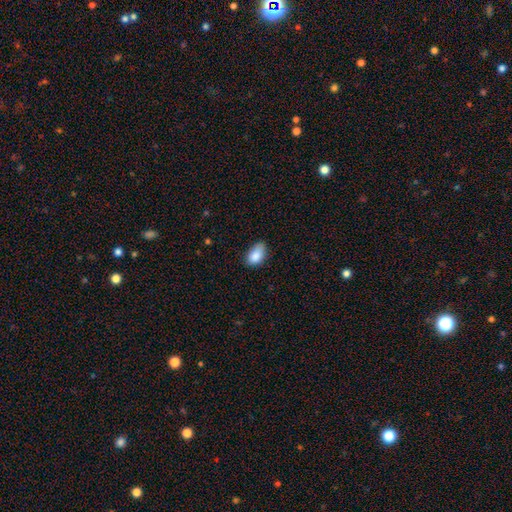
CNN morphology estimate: This is clearly a smooth galaxy (86%). How rounded: clearly in between (90%). Merging: likely none (63%).